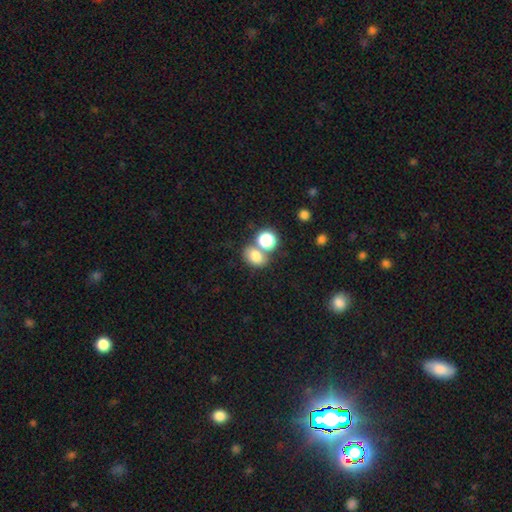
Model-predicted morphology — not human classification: smooth-or-featured: smooth: 75% | star or artifact: 15% | featured or disk: 10%
  how-rounded: in between: 53% | round: 45% | cigar-shaped: 1%
  merging: none: 57% | merger: 28% | minor disturbance: 11% | major disturbance: 4%